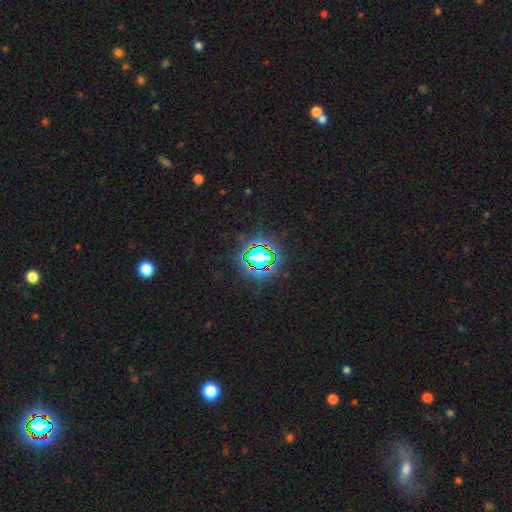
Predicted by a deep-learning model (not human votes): A star or artifact, not a galaxy (79%).

Vote fractions:
- Smooth or featured? star or artifact: 79% / smooth: 13% / featured or disk: 8%